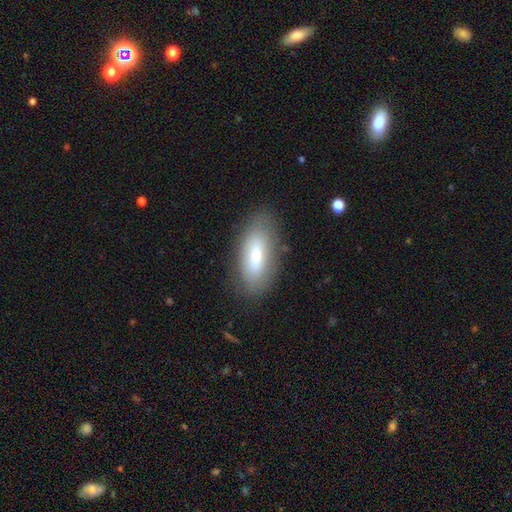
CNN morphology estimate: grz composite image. It shows a smooth galaxy with no disk features (66%) that is in between round and cigar-shaped (84%). Merging: none (82%).